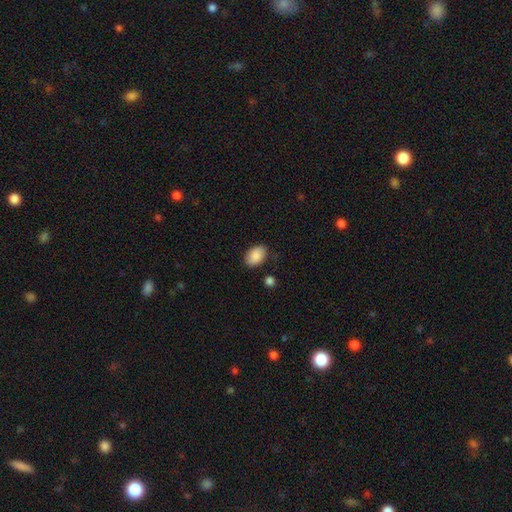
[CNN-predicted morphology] Smooth or featured? smooth (89%)
How rounded? in between (86%)
Merging? none (81%)